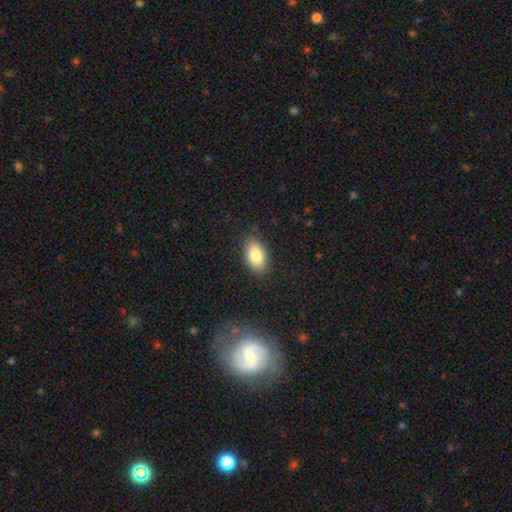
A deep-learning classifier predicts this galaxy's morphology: Overall: smooth (82%). How rounded: in between (91%). Merging: none (84%).